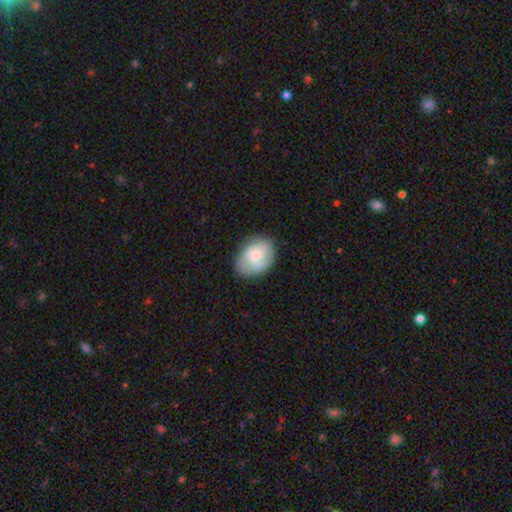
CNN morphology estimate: Overall: smooth (52%; featured or disk 41%). How rounded: in between (70%). Merging: none (68%).